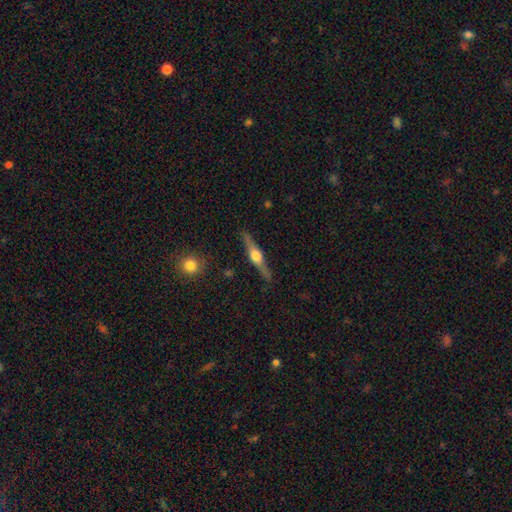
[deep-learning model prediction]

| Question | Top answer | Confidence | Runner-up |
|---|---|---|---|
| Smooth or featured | featured or disk | 74% | smooth (20%) |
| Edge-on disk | yes | 97% | no (3%) |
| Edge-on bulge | rounded | 94% | boxy (4%) |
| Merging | none | 88% | minor disturbance (9%) |